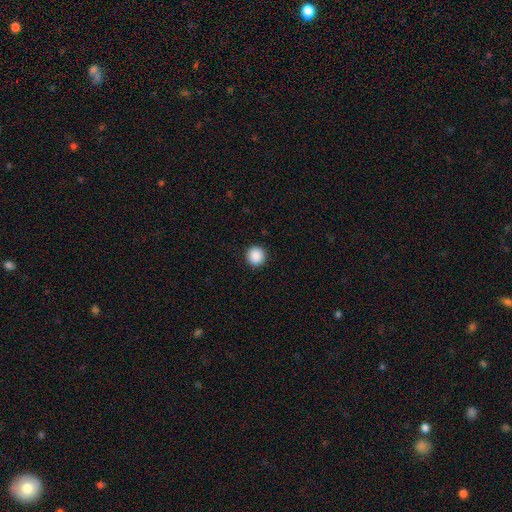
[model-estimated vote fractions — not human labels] The model was most divided on "smooth or featured": smooth: 89%, star or artifact: 8%, featured or disk: 2%. More confident: how rounded — round (95%); merging — none (93%).